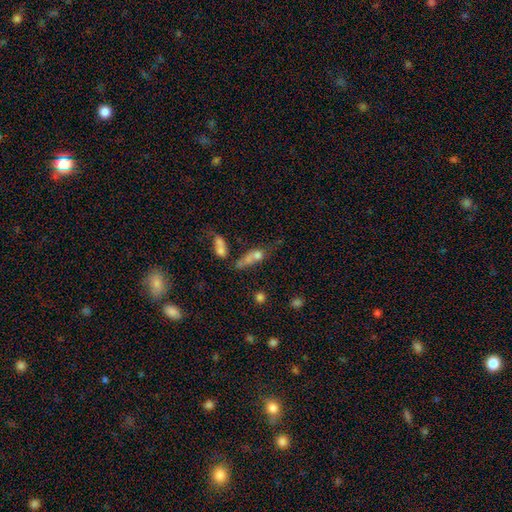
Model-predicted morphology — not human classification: smooth 60%, featured or disk 24%, star or artifact 16%. Down the decision tree: how rounded — in between (49%); merging — merger (40%).